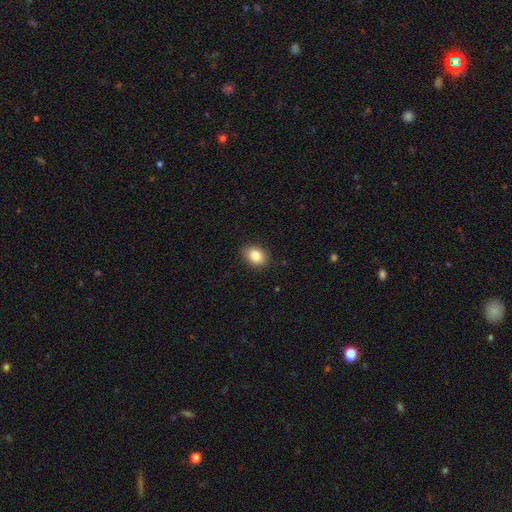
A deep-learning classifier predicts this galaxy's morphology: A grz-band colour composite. It shows a smooth galaxy with no disk features (84%) that is in between round and cigar-shaped (65%). Merging: none (88%).